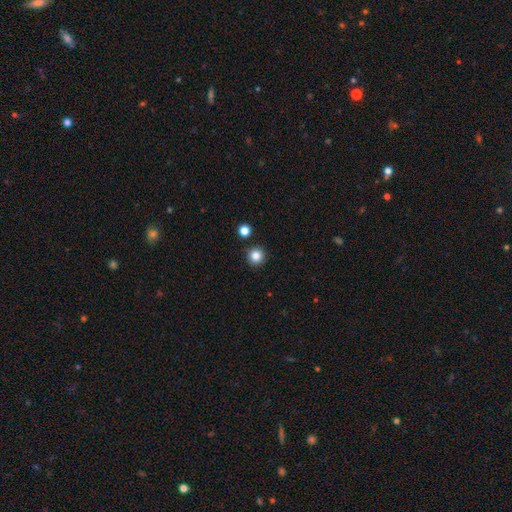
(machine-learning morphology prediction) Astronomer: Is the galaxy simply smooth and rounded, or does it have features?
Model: smooth — 84%.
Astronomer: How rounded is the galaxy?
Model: round — 95%.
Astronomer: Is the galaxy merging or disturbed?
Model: none — 90%.